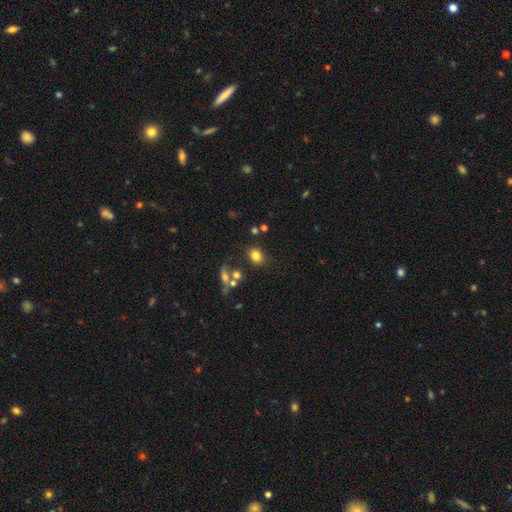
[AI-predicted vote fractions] Q: Smooth or featured?
A: smooth (79%); runner-up: star or artifact (12%)
Q: How rounded?
A: in between (63%); runner-up: round (36%)
Q: Merging?
A: none (73%); runner-up: minor disturbance (13%)